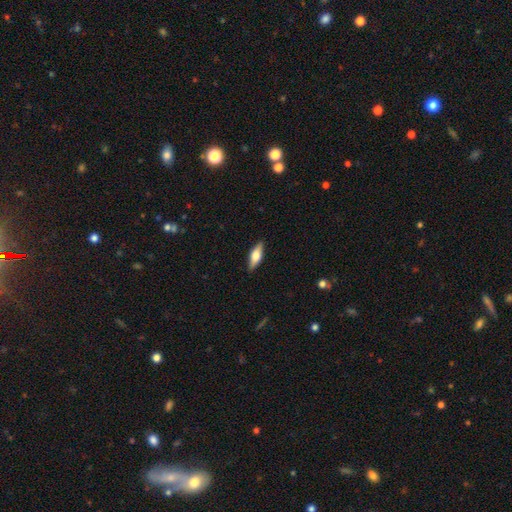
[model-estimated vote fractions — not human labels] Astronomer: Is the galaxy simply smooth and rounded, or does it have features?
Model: smooth — 57% (runner-up: featured or disk, 37%).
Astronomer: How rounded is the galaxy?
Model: in between — 65%.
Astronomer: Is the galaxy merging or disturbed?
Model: none — 88%.